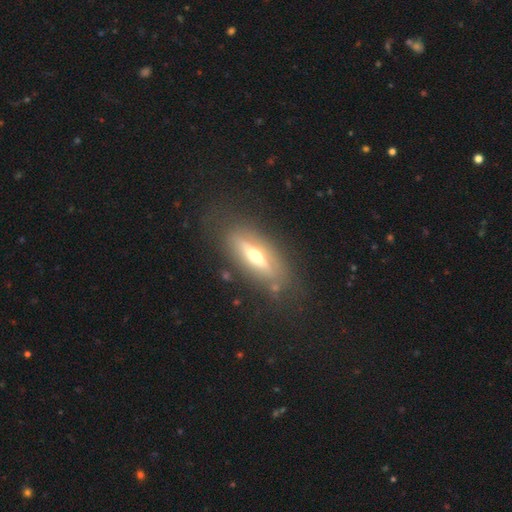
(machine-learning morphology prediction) smooth_or_featured: featured or disk (p=0.61) [alt: smooth p=0.32]
disk_edge_on: yes (p=0.78) [alt: no p=0.22]
merging: none (p=0.77) [alt: minor disturbance p=0.14]